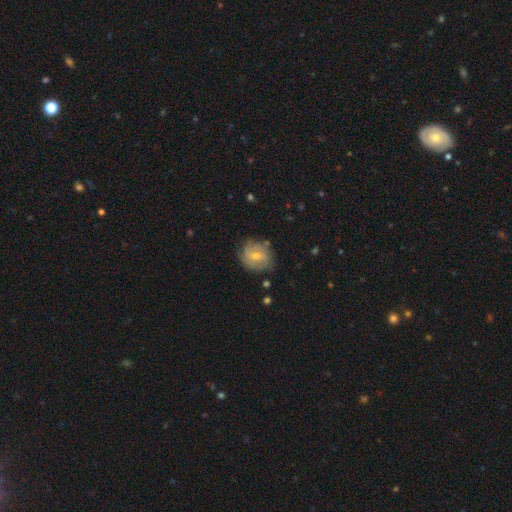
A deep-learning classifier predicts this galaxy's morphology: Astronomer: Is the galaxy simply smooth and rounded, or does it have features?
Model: featured or disk — 61%.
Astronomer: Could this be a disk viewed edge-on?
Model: no — 96%.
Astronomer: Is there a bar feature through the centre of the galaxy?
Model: weak — 50% (runner-up: no, 35%).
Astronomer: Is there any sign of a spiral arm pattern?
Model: yes — 76%.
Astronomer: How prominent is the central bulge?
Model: moderate — 49% (runner-up: small, 47%).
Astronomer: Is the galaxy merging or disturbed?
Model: none — 67%.